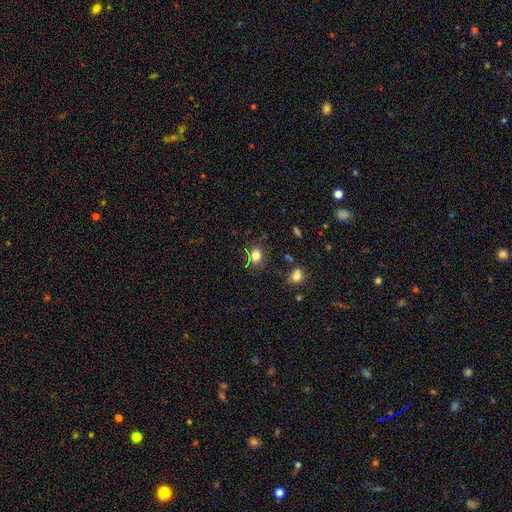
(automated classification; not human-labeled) This appears to be a smooth galaxy with no disk features (78%) that is round (58%). Merging: none (78%).